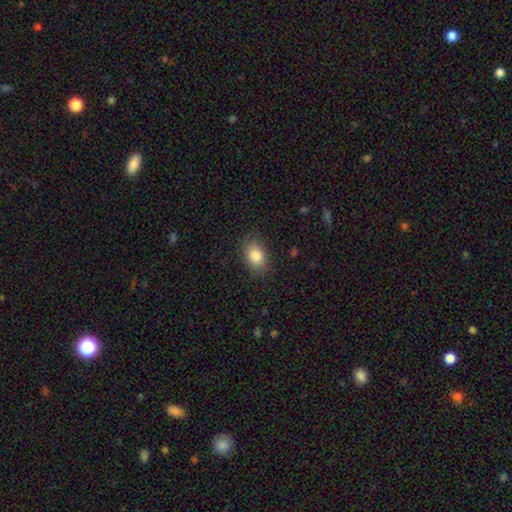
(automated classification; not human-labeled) Morphology: type=smooth (85%); roundness=in between (79%); merging=none (84%).